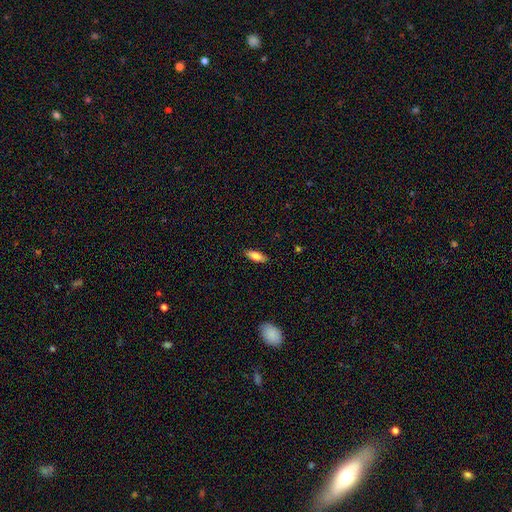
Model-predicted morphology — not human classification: smooth 76%, featured or disk 18%, star or artifact 7%. Down the decision tree: how rounded — in between (73%); merging — none (88%).